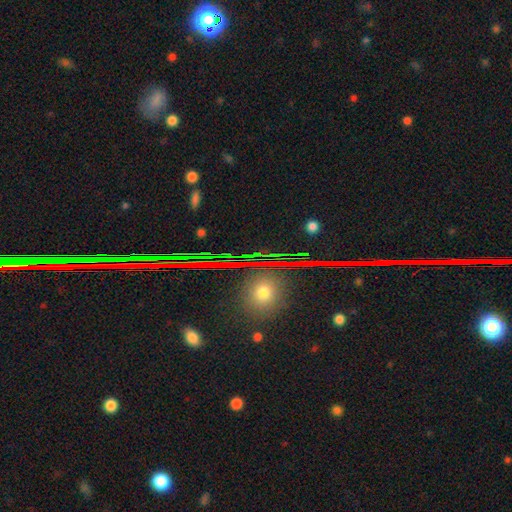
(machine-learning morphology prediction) A star or artifact, not a galaxy (51%).